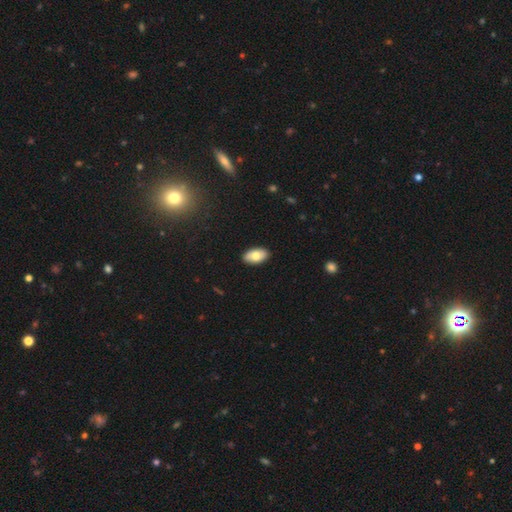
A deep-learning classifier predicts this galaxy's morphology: Q: Smooth or featured?
A: smooth (76%); runner-up: featured or disk (17%)
Q: How rounded?
A: in between (94%); runner-up: round (4%)
Q: Merging?
A: none (88%); runner-up: minor disturbance (9%)